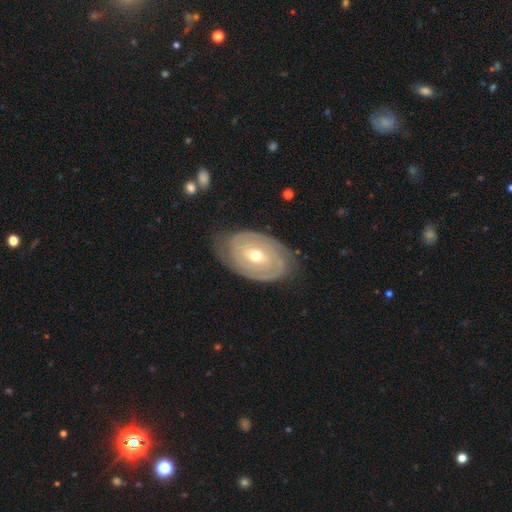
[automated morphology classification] smooth_or_featured: featured or disk (p=0.83) [alt: smooth p=0.12]
disk_edge_on: no (p=0.96) [alt: yes p=0.04]
bar: no (p=0.54) [alt: weak p=0.34]
has_spiral_arms: yes (p=0.90) [alt: no p=0.10]
spiral_winding: tight (p=0.76) [alt: medium p=0.18]
spiral_arm_count: 2 (p=0.66) [alt: can't tell p=0.19]
bulge_size: moderate (p=0.62) [alt: small p=0.34]
merging: none (p=0.76) [alt: minor disturbance p=0.17]